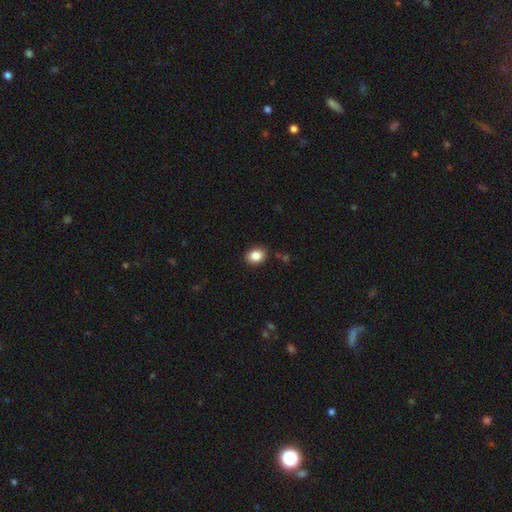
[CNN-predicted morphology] Smooth or featured? Predicted: smooth (p=0.86). How rounded? Predicted: in between (p=0.58). Merging? Predicted: none (p=0.88).